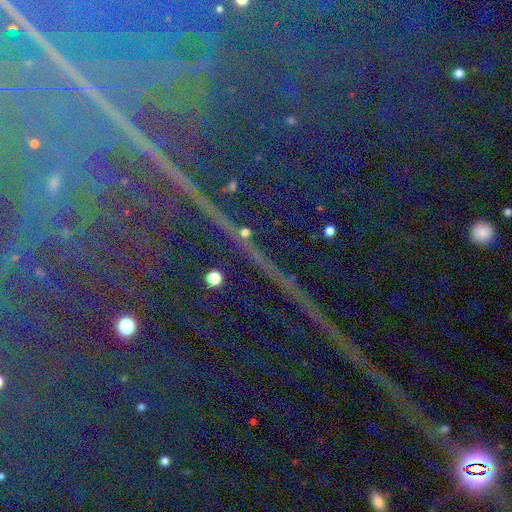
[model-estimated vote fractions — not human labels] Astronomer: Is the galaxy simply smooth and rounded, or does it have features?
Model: star or artifact — 84%.